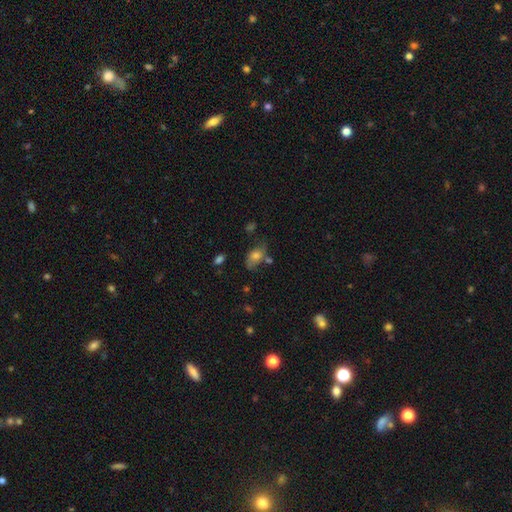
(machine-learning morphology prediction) A smooth galaxy with no disk features (72%) that is in between round and cigar-shaped (87%).

Vote fractions:
- Smooth or featured? smooth: 72% / featured or disk: 19% / star or artifact: 10%
- How rounded? in between: 87% / round: 10% / cigar-shaped: 3%
- Merging? none: 51% / minor disturbance: 27% / merger: 11% / major disturbance: 11%